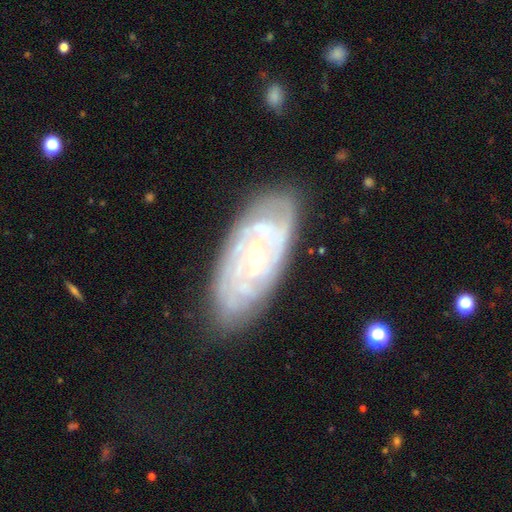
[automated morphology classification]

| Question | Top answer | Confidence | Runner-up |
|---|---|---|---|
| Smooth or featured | featured or disk | 85% | smooth (10%) |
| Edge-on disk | no | 93% | yes (7%) |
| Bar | no | 44% | weak (40%) |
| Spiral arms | yes | 94% | no (6%) |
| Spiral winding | tight | 73% | medium (22%) |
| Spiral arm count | can't tell | 37% | 2 (20%) |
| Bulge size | small | 54% | moderate (42%) |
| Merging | none | 77% | minor disturbance (16%) |